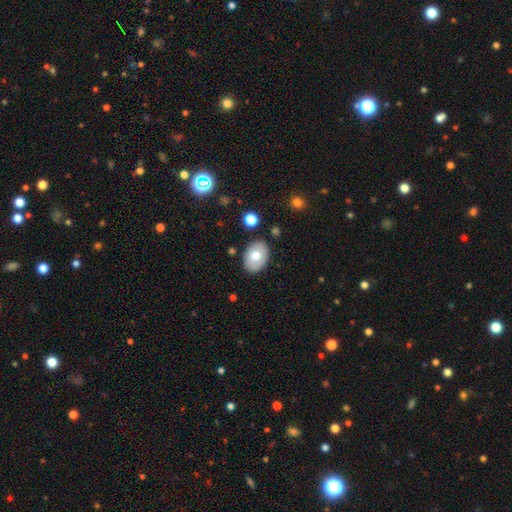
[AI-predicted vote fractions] A smooth galaxy with no disk features (71%) that is in between round and cigar-shaped (82%). Merging: none (85%).